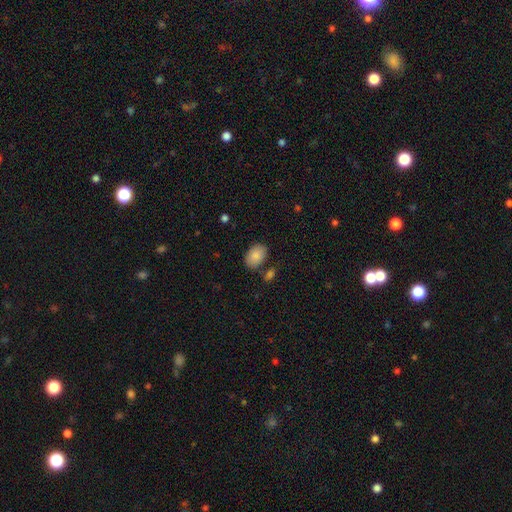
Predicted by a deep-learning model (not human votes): smooth_or_featured: smooth (p=0.87) [alt: star or artifact p=0.07]
how_rounded: in between (p=0.86) [alt: round p=0.13]
merging: none (p=0.77) [alt: minor disturbance p=0.13]